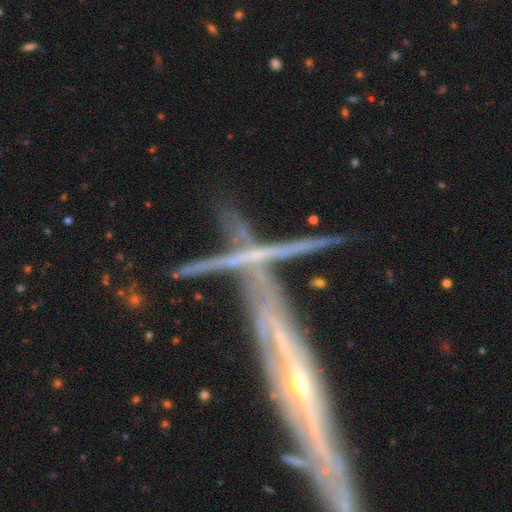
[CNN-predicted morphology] This appears to be a featured or disk galaxy (79%) viewed edge-on (83%) with no central bulge (48%). Merging: none (59%).